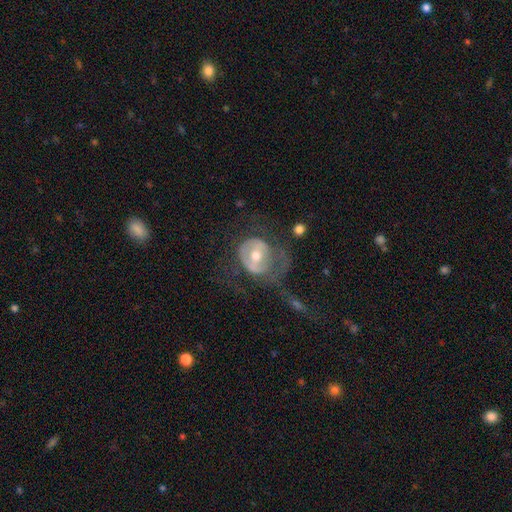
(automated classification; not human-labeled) smooth-or-featured: featured or disk: 62% | smooth: 31% | star or artifact: 7%
  disk-edge-on: no: 96% | yes: 4%
    bar: weak: 38% | no: 37% | strong: 25%
    has-spiral-arms: no: 55% | yes: 45%
    bulge-size: moderate: 69% | small: 22% | large: 6% | none: 1% | dominant: 1%
  merging: major disturbance: 43% | none: 34% | minor disturbance: 18% | merger: 5%